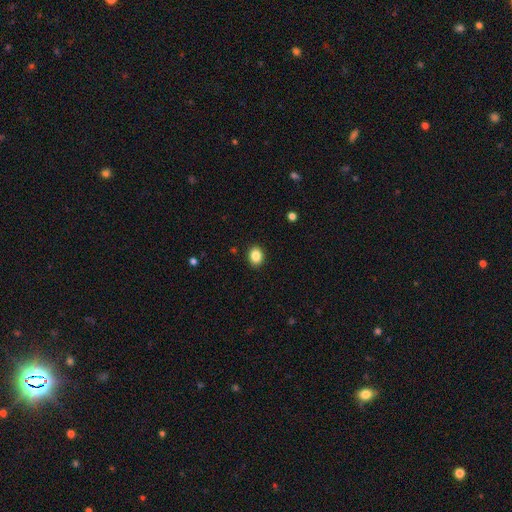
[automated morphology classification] smooth-or-featured: smooth: 87% | star or artifact: 9% | featured or disk: 4%
  how-rounded: in between: 52% | round: 47% | cigar-shaped: 1%
  merging: none: 91% | minor disturbance: 6% | major disturbance: 2% | merger: 1%